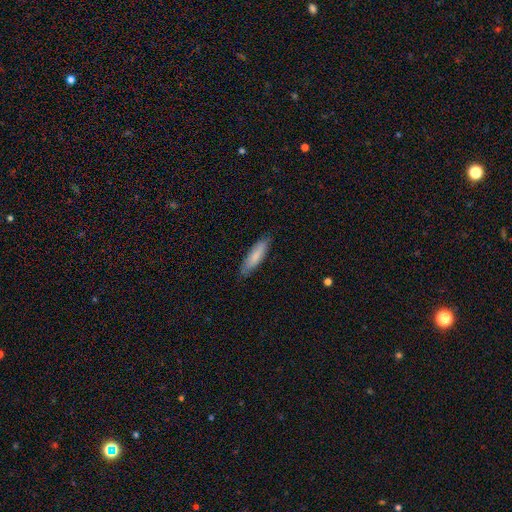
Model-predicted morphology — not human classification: type=smooth (79%); roundness=cigar-shaped (64%); merging=none (83%).